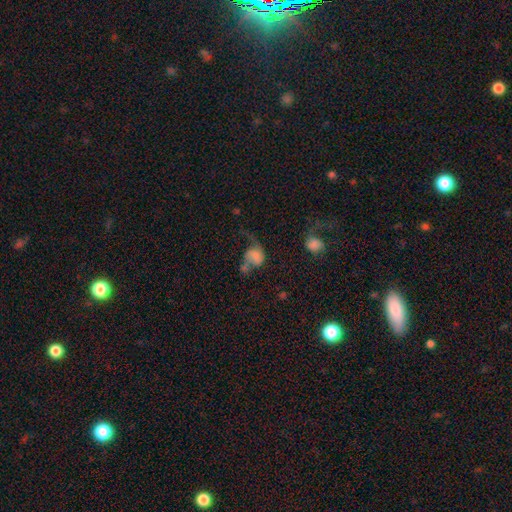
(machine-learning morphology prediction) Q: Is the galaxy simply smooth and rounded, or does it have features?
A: smooth — 51%.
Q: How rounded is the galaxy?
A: in between — 50%.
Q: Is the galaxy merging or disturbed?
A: major disturbance — 40%.